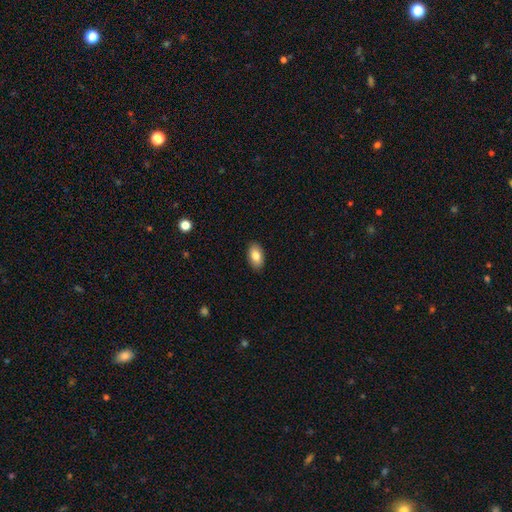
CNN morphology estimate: This is clearly a smooth galaxy (82%). How rounded: clearly in between (93%). Merging: clearly none (90%).